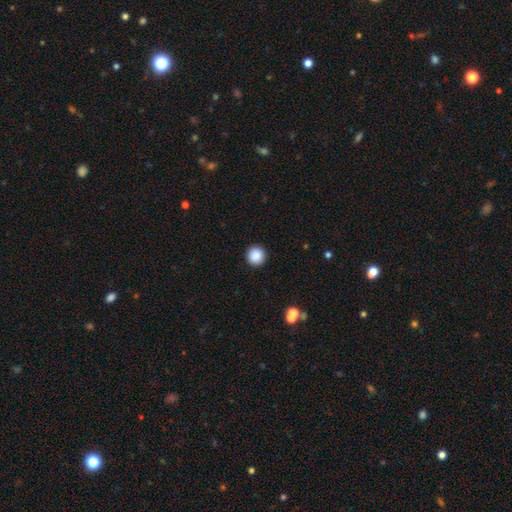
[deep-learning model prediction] Smooth or featured? Predicted: smooth (p=0.88). How rounded? Predicted: round (p=0.96). Merging? Predicted: none (p=0.93).